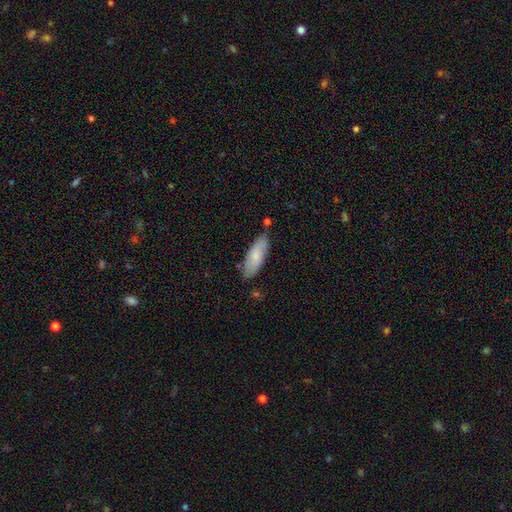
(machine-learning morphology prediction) The model was most divided on "how rounded": in between: 67%, cigar-shaped: 31%, round: 2%. More confident: merging — none (77%); smooth or featured — smooth (76%).